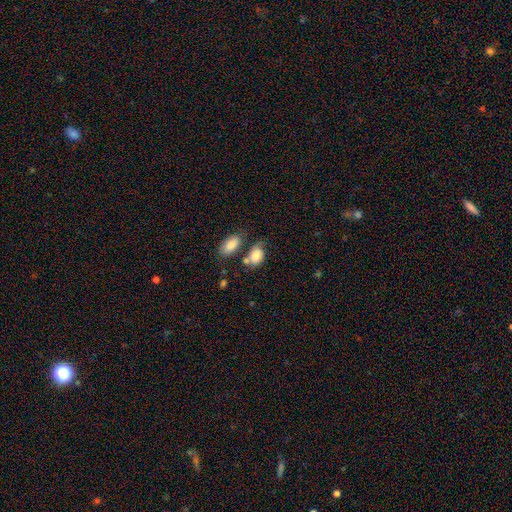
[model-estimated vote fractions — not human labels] Smooth or featured: smooth — 76% (featured or disk — 16%)
How rounded: in between — 82% (round — 16%)
Merging: none — 36% (merger — 27%)